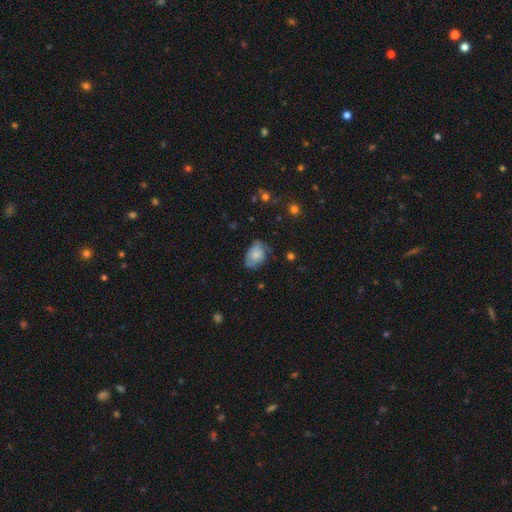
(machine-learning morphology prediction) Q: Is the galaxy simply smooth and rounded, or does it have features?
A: smooth — 58%.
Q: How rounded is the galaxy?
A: in between — 81%.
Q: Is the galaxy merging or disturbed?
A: none — 53%.